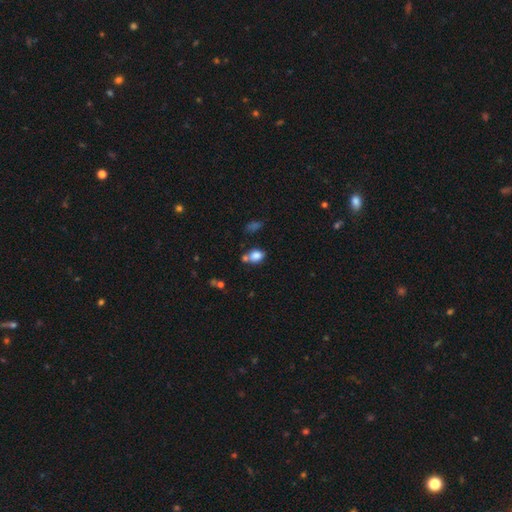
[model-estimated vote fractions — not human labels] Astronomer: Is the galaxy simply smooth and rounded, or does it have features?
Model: smooth — 81%.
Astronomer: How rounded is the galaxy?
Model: in between — 57% (runner-up: round, 41%).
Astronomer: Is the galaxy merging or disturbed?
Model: none — 51%.